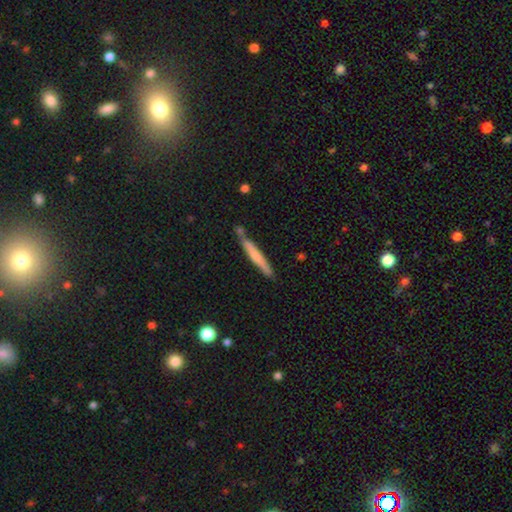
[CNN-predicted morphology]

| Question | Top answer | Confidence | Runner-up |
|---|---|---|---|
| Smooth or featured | smooth | 60% | featured or disk (35%) |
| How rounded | cigar-shaped | 95% | in between (3%) |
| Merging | none | 76% | minor disturbance (14%) |